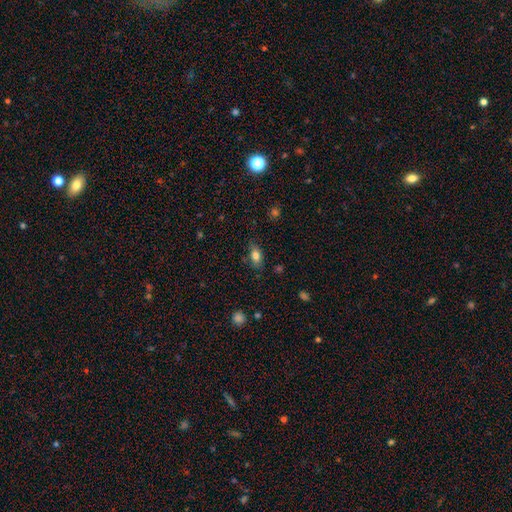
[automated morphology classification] Overall: smooth (81%). How rounded: in between (84%). Merging: none (75%).